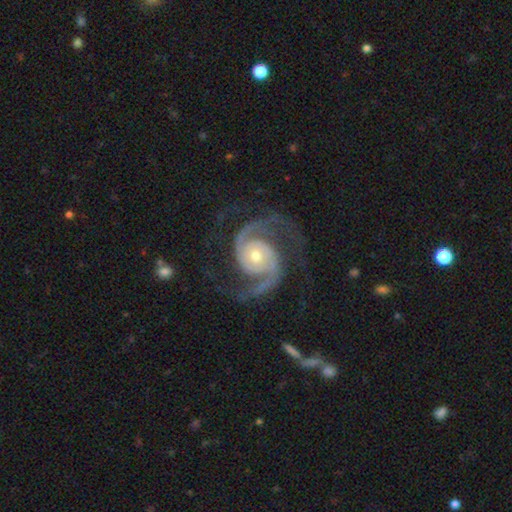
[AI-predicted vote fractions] A featured or disk galaxy (93%) with no bar (70%), 2 (91%) medium (58%) spiral arms (99%) and a moderate central bulge (57%). Merging: none (75%).